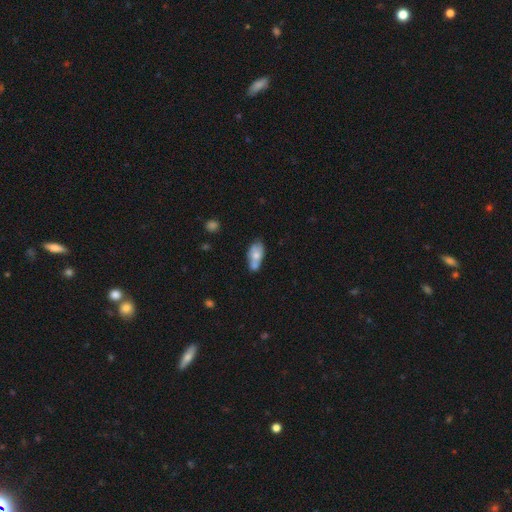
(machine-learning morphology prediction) Overall: smooth (64%; featured or disk 29%). How rounded: in between (87%). Merging: none (39%; merger 33%).